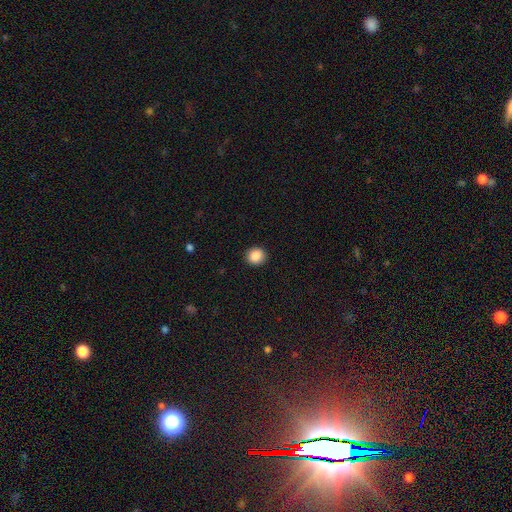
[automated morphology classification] A smooth galaxy with no disk features (88%) that is round (87%). Merging: none (92%).